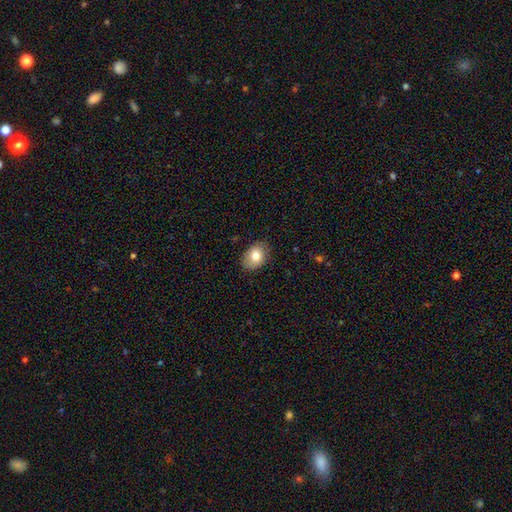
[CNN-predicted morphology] smooth_or_featured: smooth (p=0.80) [alt: featured or disk p=0.13]
how_rounded: in between (p=0.78) [alt: round p=0.21]
merging: none (p=0.83) [alt: minor disturbance p=0.14]